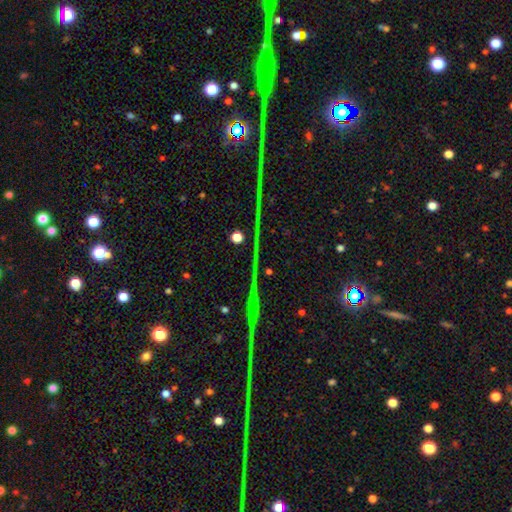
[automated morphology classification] Q: Smooth or featured?
A: star or artifact (72%); runner-up: featured or disk (18%)